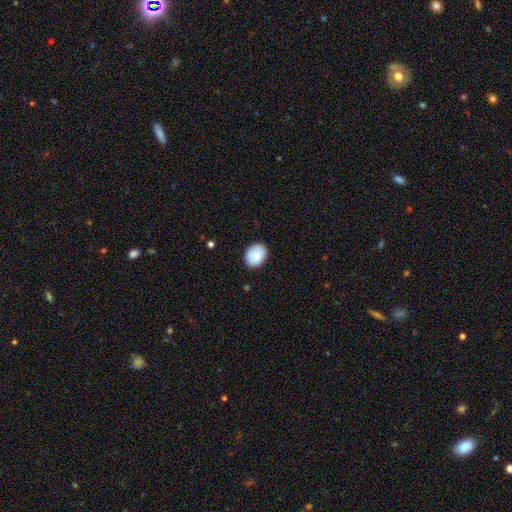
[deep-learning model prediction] Smooth or featured?
  - smooth: 82% *
  - featured or disk: 11%
  - star or artifact: 7%
How rounded?
  - in between: 63% *
  - round: 36%
  - cigar-shaped: 1%
Merging?
  - none: 84% *
  - minor disturbance: 12%
  - major disturbance: 2%
  - merger: 1%